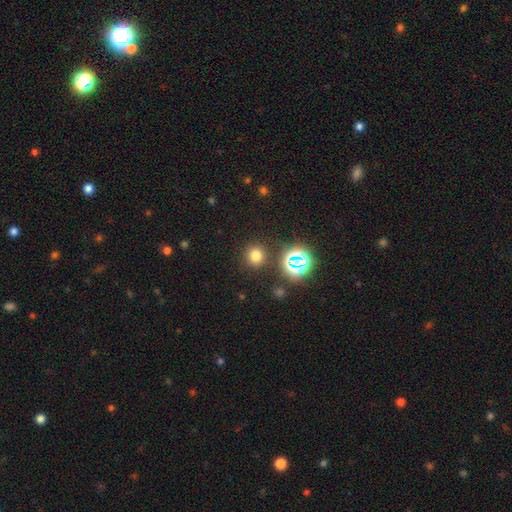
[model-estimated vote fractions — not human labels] smooth-or-featured: smooth: 71% | star or artifact: 22% | featured or disk: 7%
  how-rounded: round: 84% | in between: 15% | cigar-shaped: 1%
  merging: none: 87% | minor disturbance: 7% | merger: 3% | major disturbance: 3%